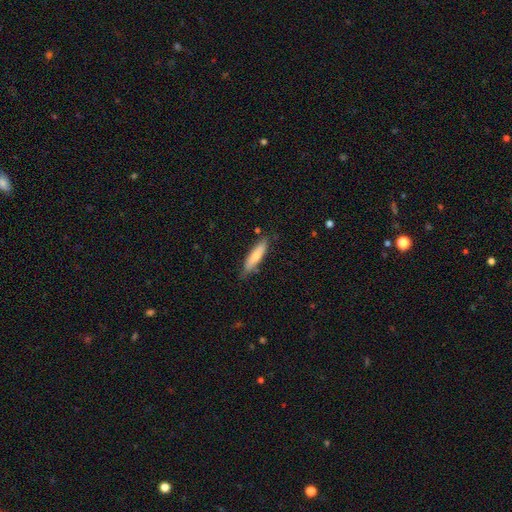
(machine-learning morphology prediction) This is likely a smooth galaxy (71%). How rounded: likely cigar-shaped (76%). Merging: likely none (78%).